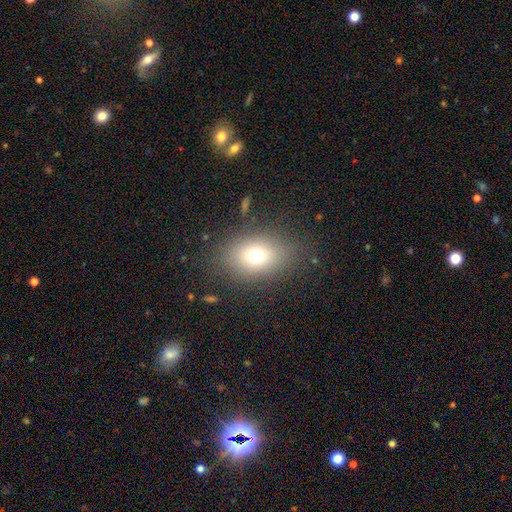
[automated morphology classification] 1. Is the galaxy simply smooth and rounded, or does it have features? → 70% smooth, 15% star or artifact, 15% featured or disk.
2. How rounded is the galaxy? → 65% in between, 33% round, 1% cigar-shaped.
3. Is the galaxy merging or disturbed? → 80% none, 11% minor disturbance, 7% major disturbance, 2% merger.